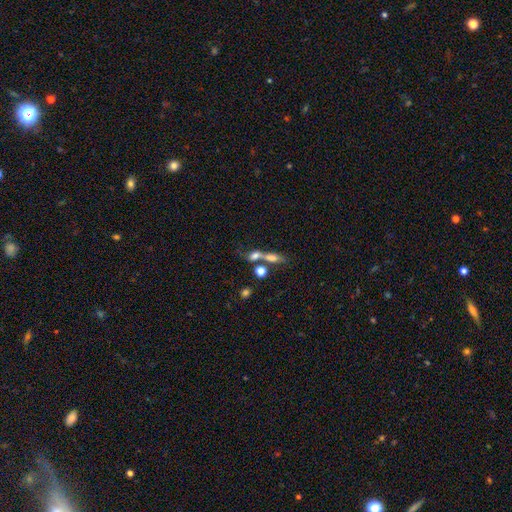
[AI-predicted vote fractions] Morphology: type=smooth (61%); roundness=in between (47%); merging=merger (45%).